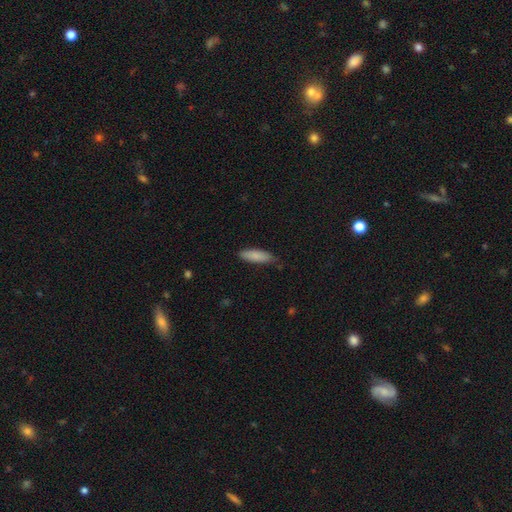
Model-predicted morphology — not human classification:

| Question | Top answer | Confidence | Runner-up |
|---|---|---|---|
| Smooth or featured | smooth | 86% | featured or disk (8%) |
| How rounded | cigar-shaped | 55% | in between (43%) |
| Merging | none | 78% | minor disturbance (18%) |